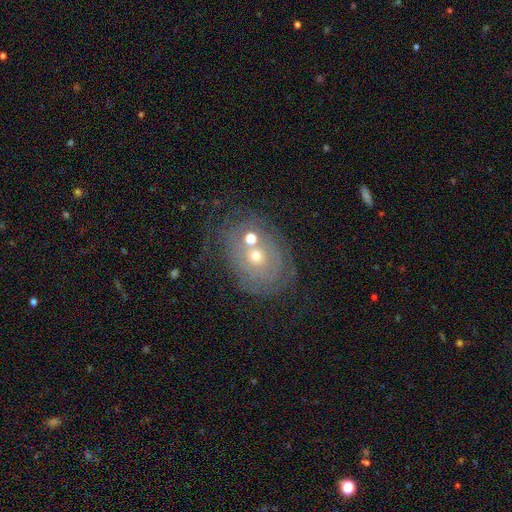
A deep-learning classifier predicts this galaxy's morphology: Smooth or featured? featured or disk (65%)
Edge-on disk? no (96%)
Bar? no (86%)
Spiral arms? yes (64%)
Bulge size? small (49%)
Merging? none (50%)